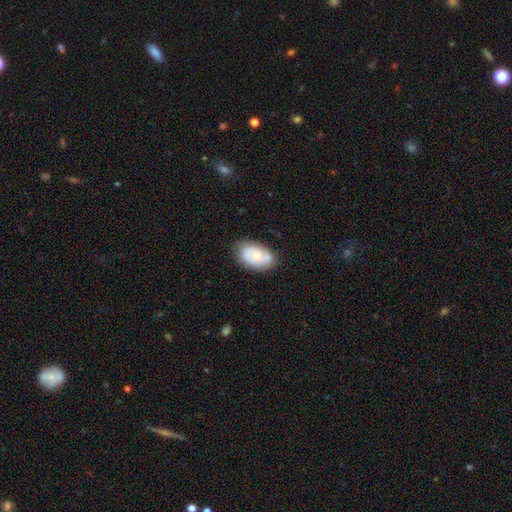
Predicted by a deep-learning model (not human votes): The model was most divided on "smooth or featured": smooth: 51%, featured or disk: 42%, star or artifact: 7%. More confident: how rounded — in between (89%); merging — none (73%).